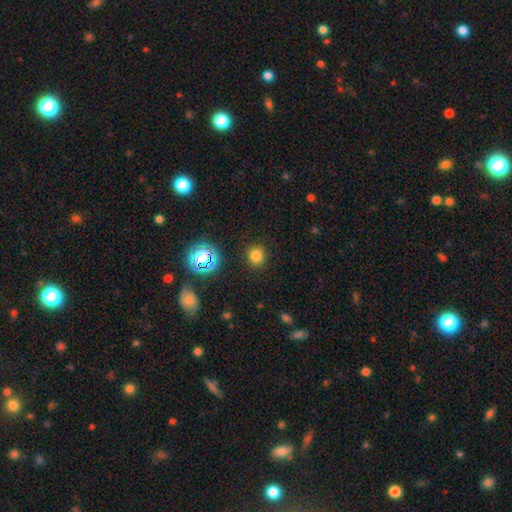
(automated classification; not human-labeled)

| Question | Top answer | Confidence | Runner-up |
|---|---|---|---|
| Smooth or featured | smooth | 77% | star or artifact (18%) |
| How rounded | round | 87% | in between (13%) |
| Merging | none | 89% | minor disturbance (7%) |